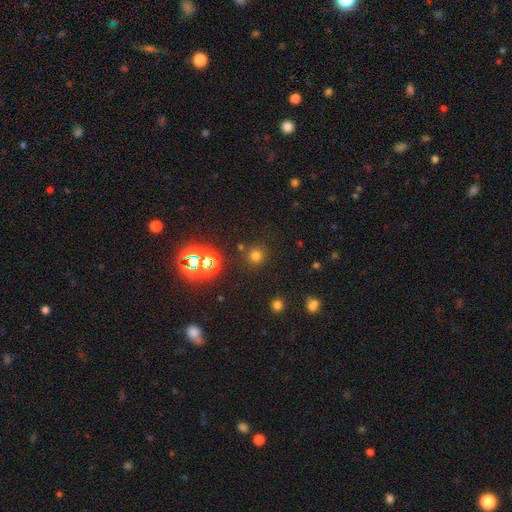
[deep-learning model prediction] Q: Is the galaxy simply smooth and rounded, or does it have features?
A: smooth — 64%.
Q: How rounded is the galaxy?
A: round — 93%.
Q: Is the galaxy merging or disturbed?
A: none — 85%.